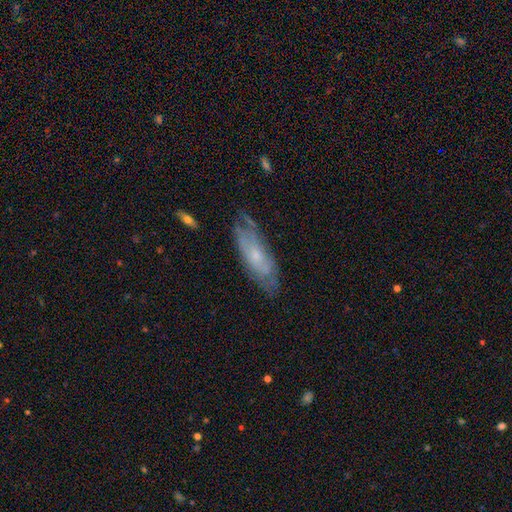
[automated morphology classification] A featured or disk galaxy (56%). Merging: none (64%).